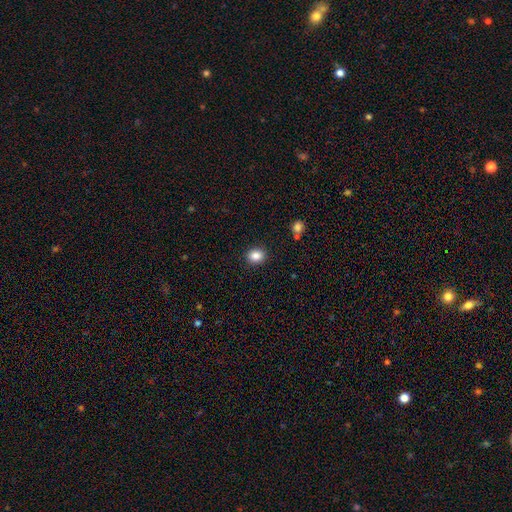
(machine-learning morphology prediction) Smooth or featured? smooth (86%)
How rounded? round (64%)
Merging? none (90%)